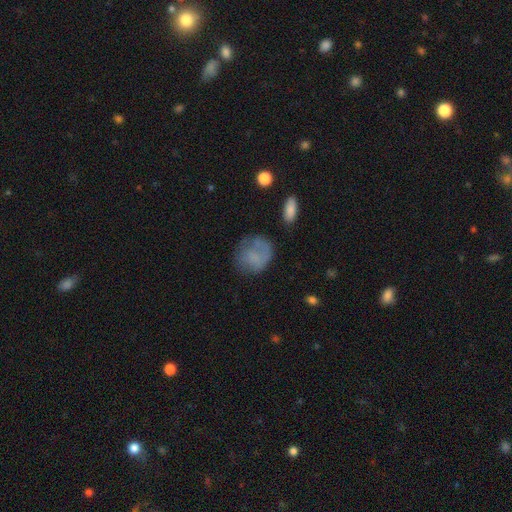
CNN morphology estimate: A smooth galaxy with no disk features (66%) that is round (69%). Merging: none (51%).